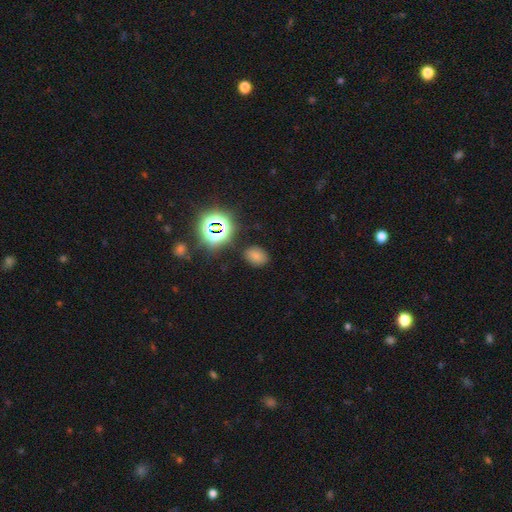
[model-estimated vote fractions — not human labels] smooth_or_featured: smooth (p=0.69) [alt: star or artifact p=0.24]
how_rounded: in between (p=0.70) [alt: round p=0.29]
merging: none (p=0.83) [alt: minor disturbance p=0.11]